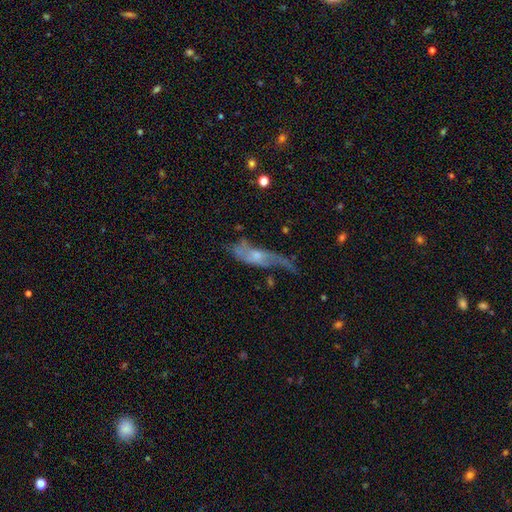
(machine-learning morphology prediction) Smooth or featured: featured or disk — 59% (smooth — 32%)
Edge-on disk: no — 76% (yes — 24%)
Merging: major disturbance — 43% (none — 26%)